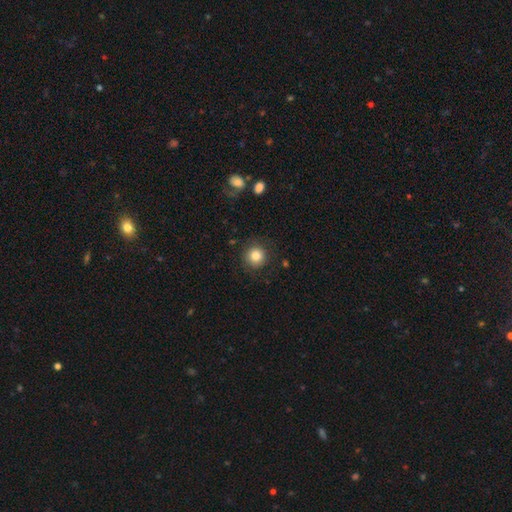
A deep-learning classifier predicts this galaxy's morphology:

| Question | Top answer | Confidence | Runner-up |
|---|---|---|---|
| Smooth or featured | smooth | 83% | star or artifact (10%) |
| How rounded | round | 93% | in between (6%) |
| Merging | none | 87% | minor disturbance (9%) |